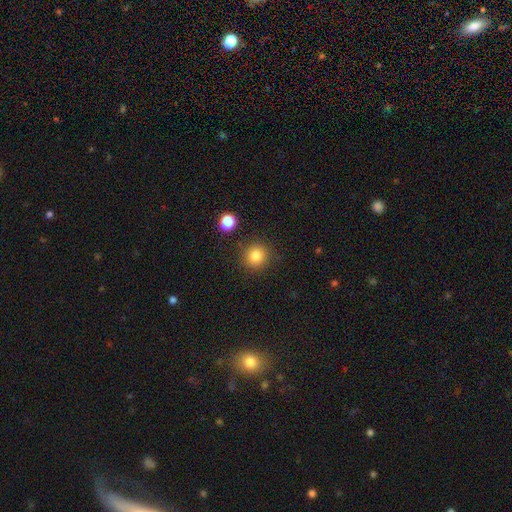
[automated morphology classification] smooth-or-featured: smooth: 84% | star or artifact: 11% | featured or disk: 5%
  how-rounded: round: 91% | in between: 8% | cigar-shaped: 1%
  merging: none: 86% | minor disturbance: 8% | merger: 3% | major disturbance: 3%